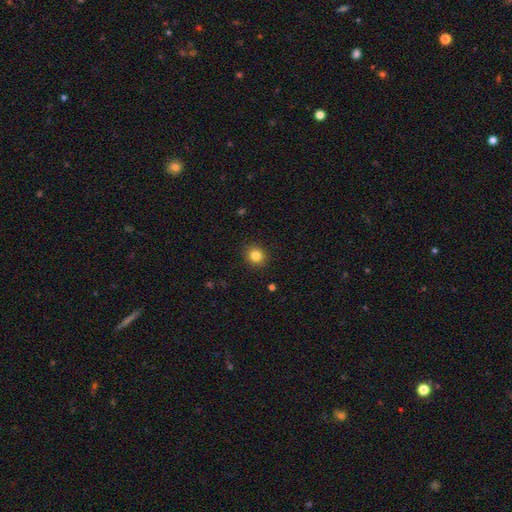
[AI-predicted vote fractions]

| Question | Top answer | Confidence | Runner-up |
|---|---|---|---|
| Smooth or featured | smooth | 83% | star or artifact (11%) |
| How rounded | round | 87% | in between (12%) |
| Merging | none | 91% | minor disturbance (6%) |